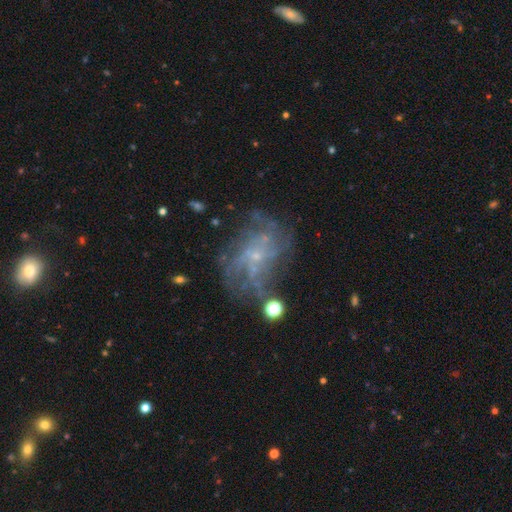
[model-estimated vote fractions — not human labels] Overall: featured or disk (72%). Edge-on disk: no (97%). Bar: no (73%). Spiral arms: yes (73%). Spiral arm count: can't tell (44%; 4 17%). Spiral winding: medium (37%; loose 33%). Bulge size: small (74%). Merging: none (56%; major disturbance 20%).